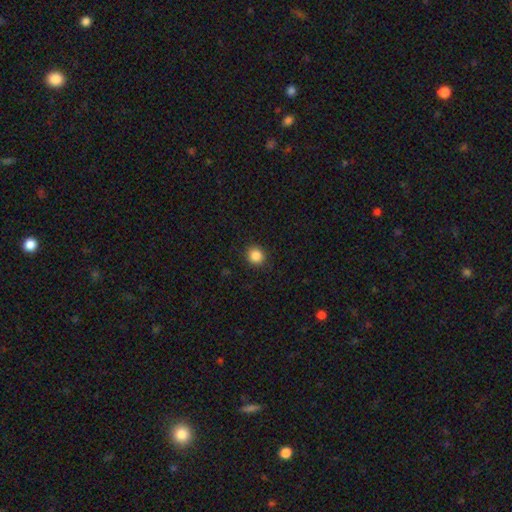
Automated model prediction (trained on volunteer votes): Overall: smooth (86%). How rounded: round (88%). Merging: none (91%).